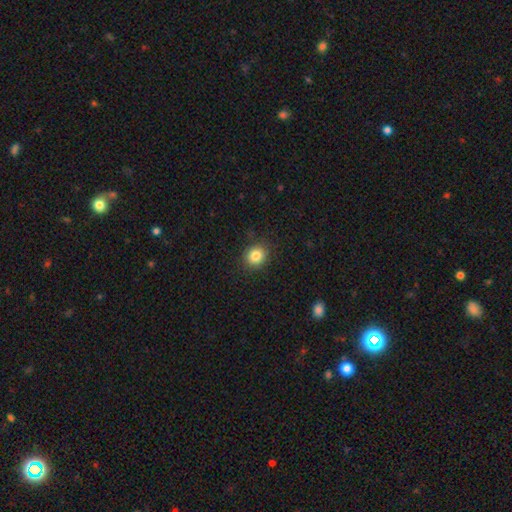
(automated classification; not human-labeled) The model was most divided on "how rounded": round: 75%, in between: 25%, cigar-shaped: 1%. More confident: merging — none (88%); smooth or featured — smooth (84%).